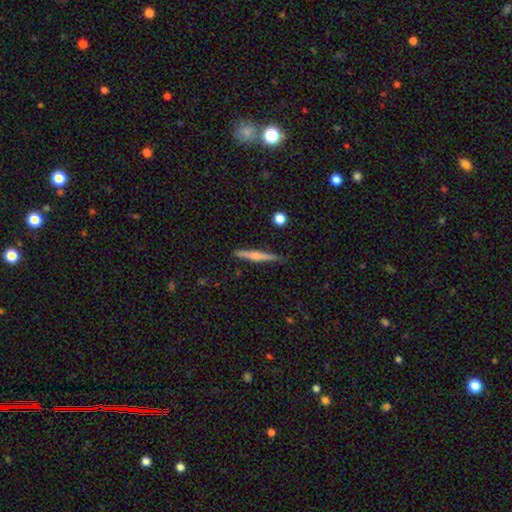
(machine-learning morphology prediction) Smooth or featured? Predicted: featured or disk (p=0.52). Edge-on disk? Predicted: yes (p=0.97). Edge-on bulge? Predicted: rounded (p=0.69). Merging? Predicted: none (p=0.87).